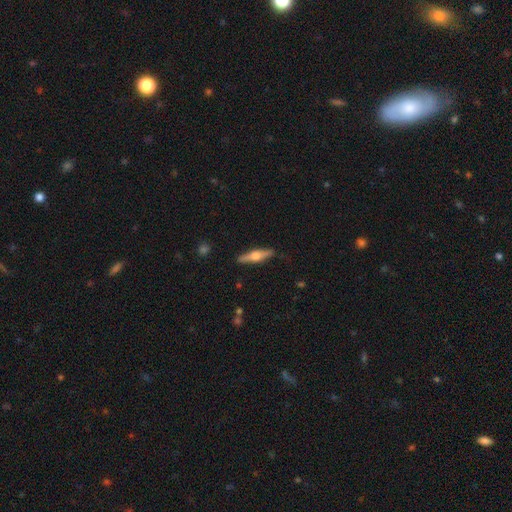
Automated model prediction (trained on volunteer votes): This is likely a featured or disk galaxy (64%). It is clearly viewed edge-on (97%). Edge-on bulge: clearly rounded (91%). Merging: clearly none (89%).